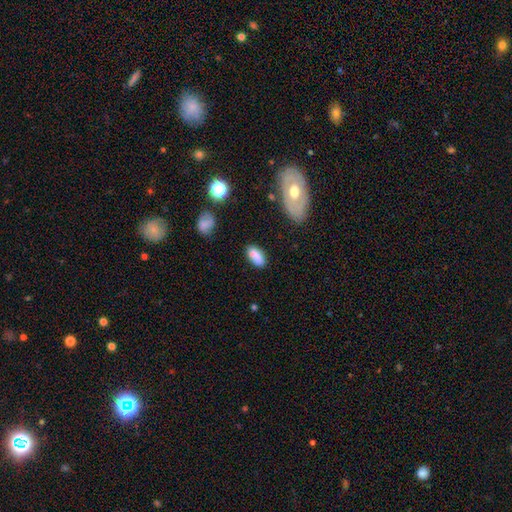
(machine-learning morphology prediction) Smooth or featured? Predicted: smooth (p=0.82). How rounded? Predicted: in between (p=0.88). Merging? Predicted: none (p=0.68).